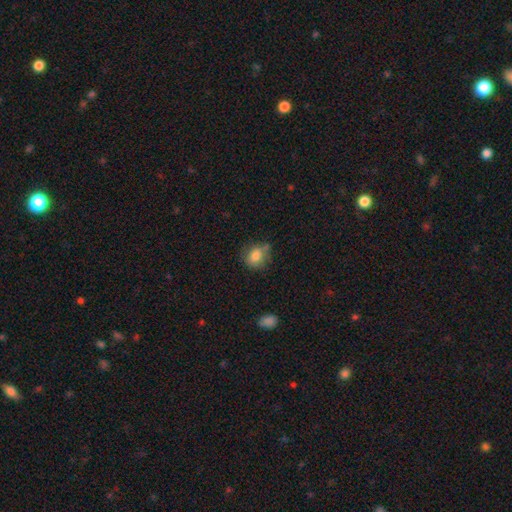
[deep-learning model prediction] smooth-or-featured: smooth: 81% | featured or disk: 10% | star or artifact: 9%
  how-rounded: round: 63% | in between: 36% | cigar-shaped: 1%
  merging: none: 63% | minor disturbance: 23% | merger: 7% | major disturbance: 6%